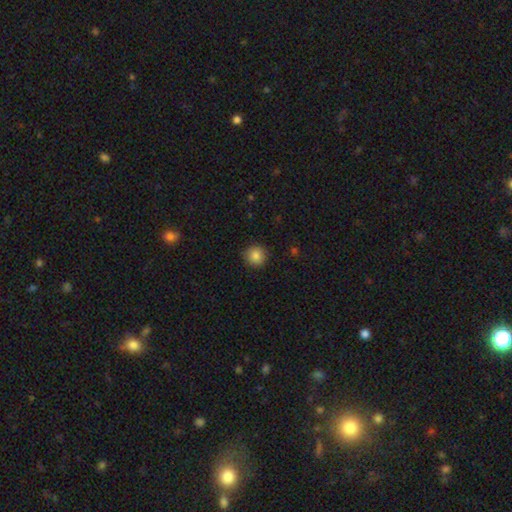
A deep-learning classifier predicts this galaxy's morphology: Smooth or featured? Predicted: smooth (p=0.84). How rounded? Predicted: round (p=0.94). Merging? Predicted: none (p=0.89).